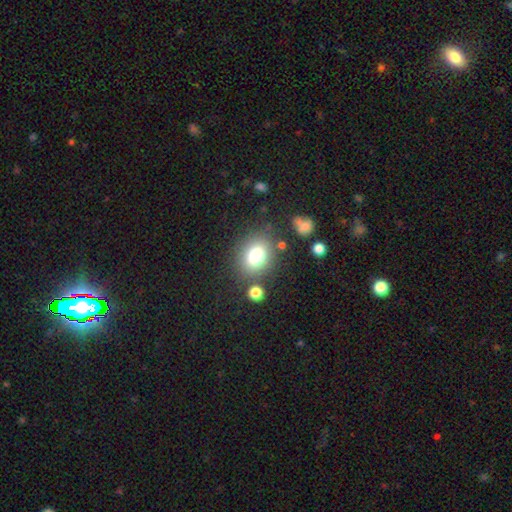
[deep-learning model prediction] smooth 77%, star or artifact 12%, featured or disk 11%. Down the decision tree: how rounded — in between (53%); merging — none (76%).